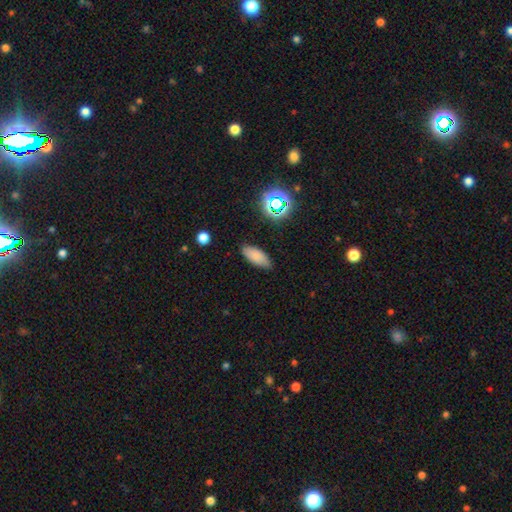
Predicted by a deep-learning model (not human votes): Morphology: type=smooth (81%); roundness=in between (83%); merging=none (83%).